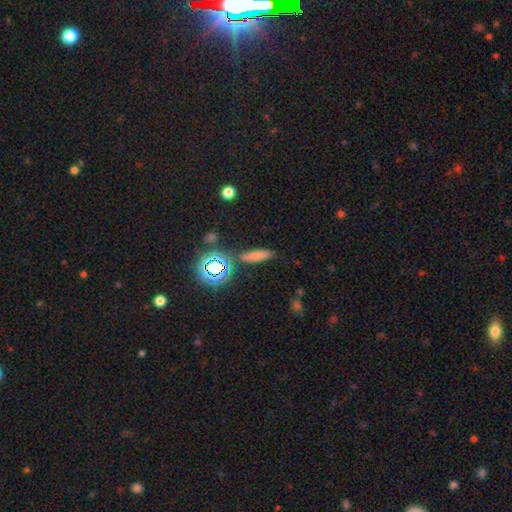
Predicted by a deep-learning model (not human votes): smooth 68%, star or artifact 20%, featured or disk 13%. Down the decision tree: how rounded — cigar-shaped (68%); merging — none (78%).